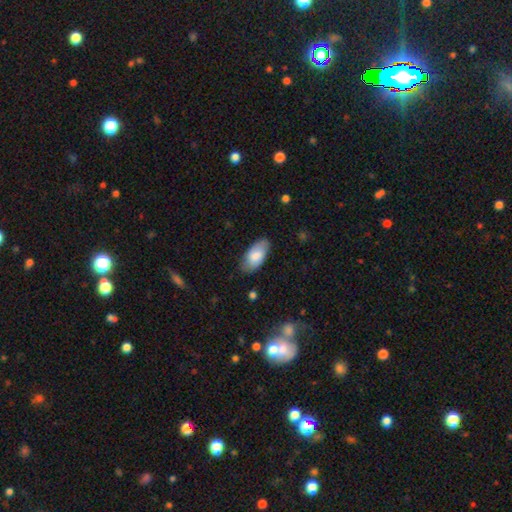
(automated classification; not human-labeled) Q: Smooth or featured?
A: smooth (81%); runner-up: featured or disk (13%)
Q: How rounded?
A: in between (94%); runner-up: cigar-shaped (4%)
Q: Merging?
A: none (79%); runner-up: minor disturbance (16%)